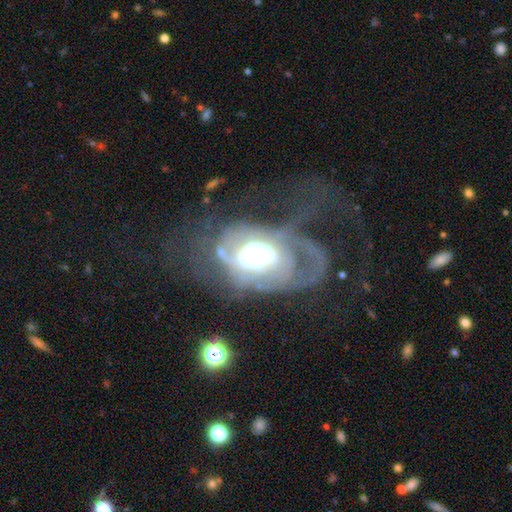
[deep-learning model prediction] A featured or disk galaxy (75%) with no bar (65%), 2 (38%) medium (37%) spiral arms (73%) and a large central bulge (47%).

Vote fractions:
- Smooth or featured? featured or disk: 75% / smooth: 15% / star or artifact: 10%
- Edge-on disk? no: 96% / yes: 4%
- Bar? no: 65% / weak: 20% / strong: 15%
- Spiral arms? yes: 73% / no: 27%
- Spiral winding? medium: 37% / tight: 33% / loose: 30%
- Spiral arm count? 2: 38% / can't tell: 26% / 1: 17% / 3: 9% / 4: 5% / more than 4: 4%
- Bulge size? large: 47% / dominant: 32% / moderate: 16% / small: 3% / none: 2%
- Merging? major disturbance: 55% / none: 24% / minor disturbance: 14% / merger: 7%